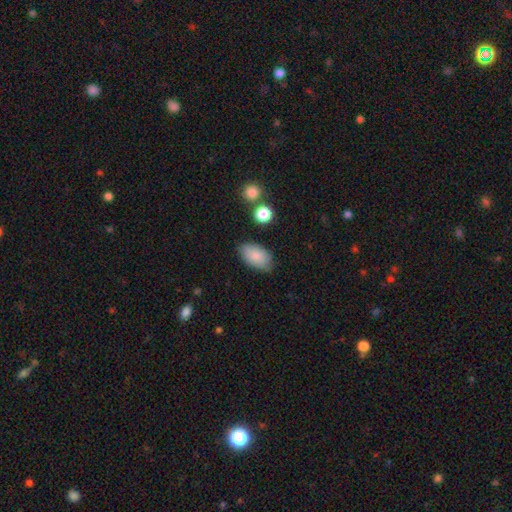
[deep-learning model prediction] The model was most divided on "merging": none: 79%, minor disturbance: 16%, major disturbance: 4%, merger: 2%. More confident: how rounded — in between (93%); smooth or featured — smooth (85%).